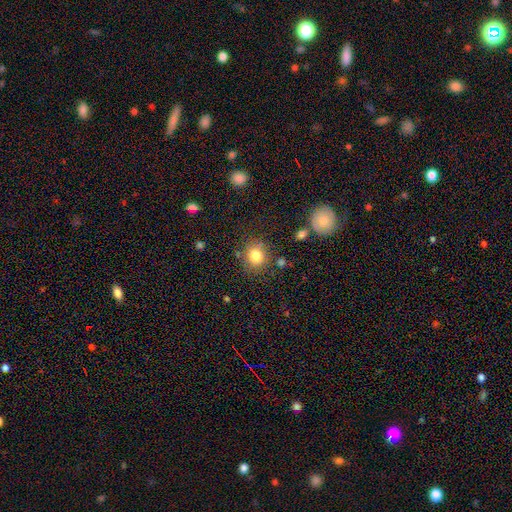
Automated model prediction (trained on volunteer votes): Smooth or featured: smooth — 82% (star or artifact — 11%)
How rounded: round — 77% (in between — 22%)
Merging: none — 80% (minor disturbance — 12%)